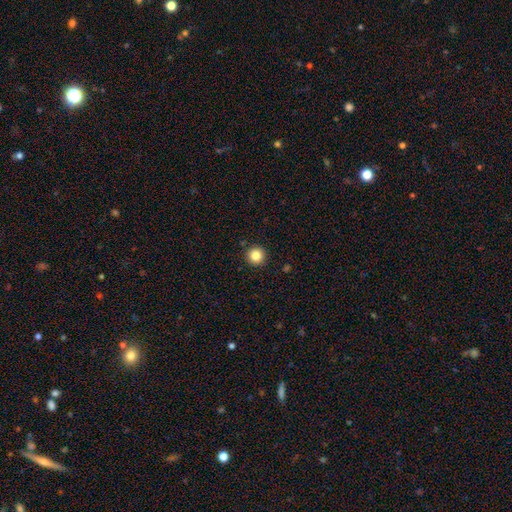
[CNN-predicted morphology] Smooth or featured?
  - smooth: 84% *
  - star or artifact: 11%
  - featured or disk: 5%
How rounded?
  - round: 96% *
  - in between: 3%
  - cigar-shaped: 1%
Merging?
  - none: 92% *
  - minor disturbance: 5%
  - major disturbance: 2%
  - merger: 1%